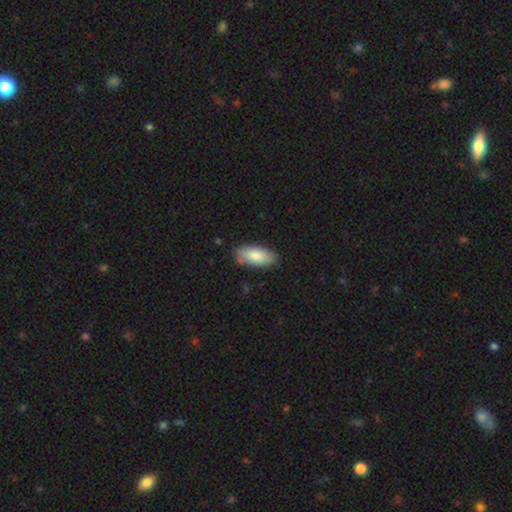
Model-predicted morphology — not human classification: Q: Smooth or featured?
A: smooth (83%); runner-up: featured or disk (12%)
Q: How rounded?
A: in between (89%); runner-up: cigar-shaped (9%)
Q: Merging?
A: none (83%); runner-up: minor disturbance (13%)